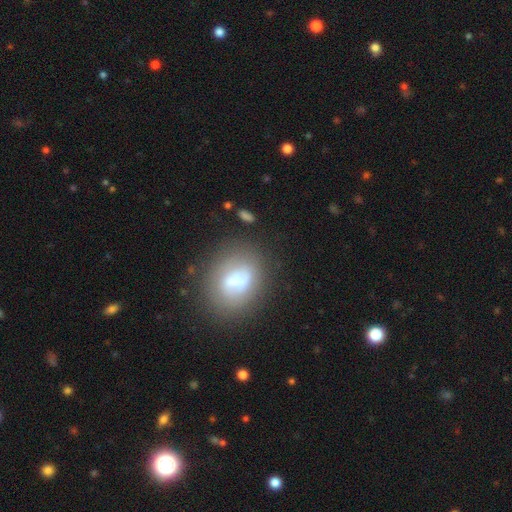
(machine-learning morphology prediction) smooth_or_featured: smooth (p=0.55) [alt: featured or disk p=0.32]
how_rounded: in between (p=0.60) [alt: round p=0.38]
merging: none (p=0.76) [alt: minor disturbance p=0.15]